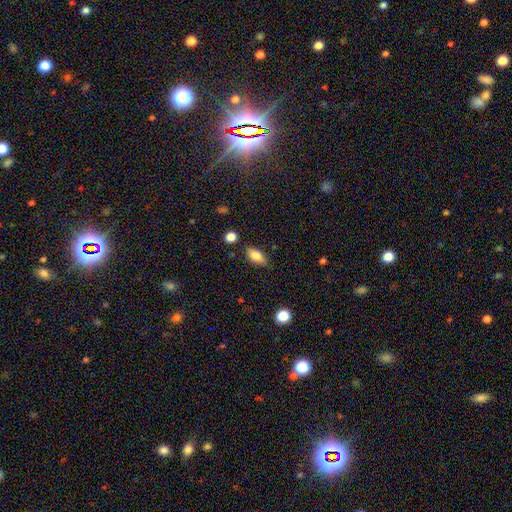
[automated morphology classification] Smooth or featured?
  - smooth: 82% *
  - featured or disk: 10%
  - star or artifact: 8%
How rounded?
  - in between: 86% *
  - cigar-shaped: 9%
  - round: 4%
Merging?
  - none: 81% *
  - minor disturbance: 14%
  - major disturbance: 3%
  - merger: 3%